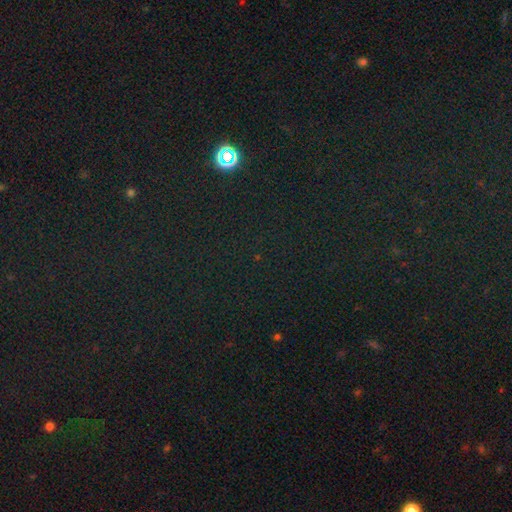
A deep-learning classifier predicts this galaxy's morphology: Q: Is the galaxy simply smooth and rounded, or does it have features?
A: star or artifact — 77%.